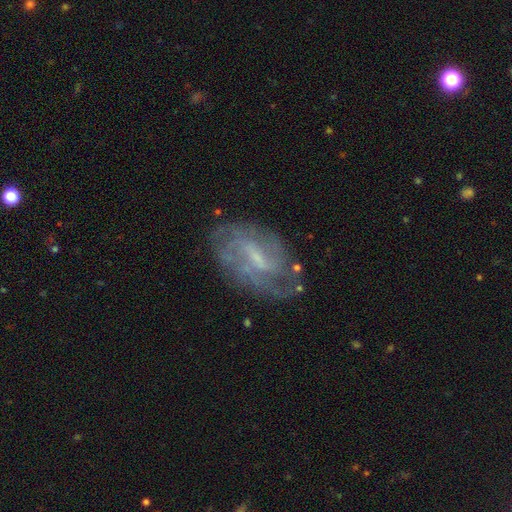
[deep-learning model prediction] smooth-or-featured: featured or disk: 76% | smooth: 16% | star or artifact: 8%
  disk-edge-on: no: 95% | yes: 5%
    bar: weak: 56% | strong: 23% | no: 21%
    has-spiral-arms: yes: 83% | no: 17%
      spiral-winding: tight: 41% | medium: 39% | loose: 20%
      spiral-arm-count: can't tell: 43% | 2: 29% | 3: 12% | 4: 6% | 1: 6% | more than 4: 4%
    bulge-size: small: 49% | moderate: 25% | none: 23% | large: 2% | dominant: 1%
  merging: none: 65% | minor disturbance: 21% | major disturbance: 12% | merger: 2%